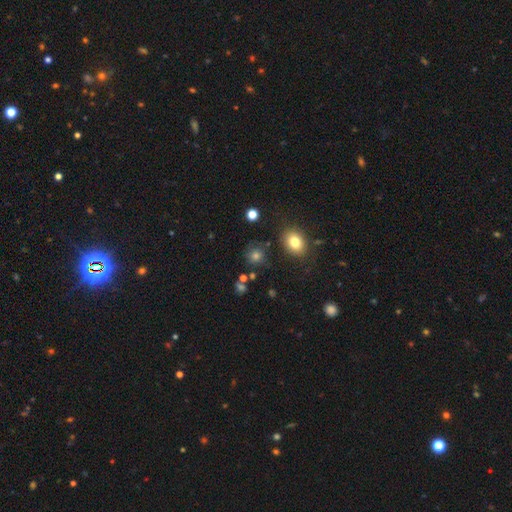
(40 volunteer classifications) Morphology: type=smooth (88%); roundness=round (94%); merging=none (86%).